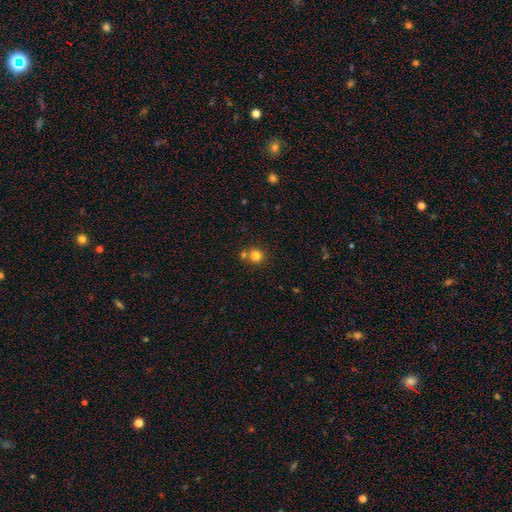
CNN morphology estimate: Q: Smooth or featured?
A: smooth (81%); runner-up: star or artifact (12%)
Q: How rounded?
A: round (90%); runner-up: in between (9%)
Q: Merging?
A: none (66%); runner-up: merger (24%)